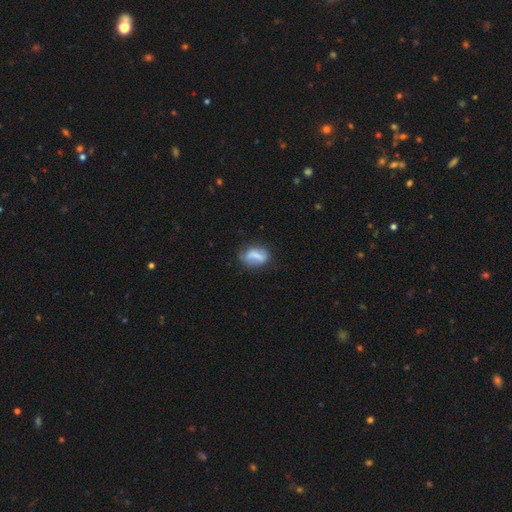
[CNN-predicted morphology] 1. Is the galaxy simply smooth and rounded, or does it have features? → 58% smooth, 33% featured or disk, 8% star or artifact.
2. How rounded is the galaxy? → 76% in between, 18% round, 6% cigar-shaped.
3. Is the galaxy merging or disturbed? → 62% none, 25% minor disturbance, 9% major disturbance, 4% merger.